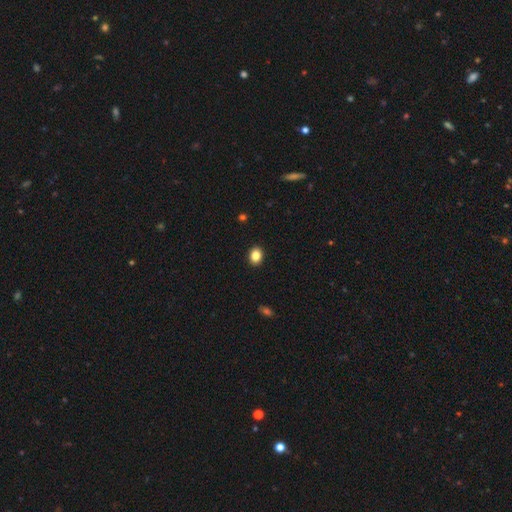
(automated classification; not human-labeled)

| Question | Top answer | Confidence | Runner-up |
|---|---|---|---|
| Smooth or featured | smooth | 85% | star or artifact (10%) |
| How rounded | in between | 53% | round (46%) |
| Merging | none | 91% | minor disturbance (6%) |